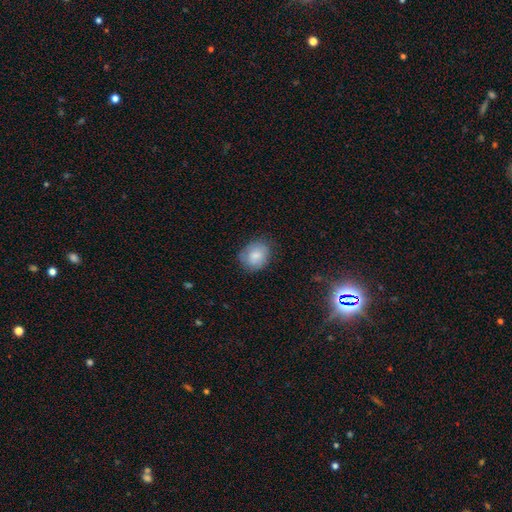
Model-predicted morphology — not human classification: Smooth or featured? smooth (78%)
How rounded? round (51%)
Merging? none (73%)